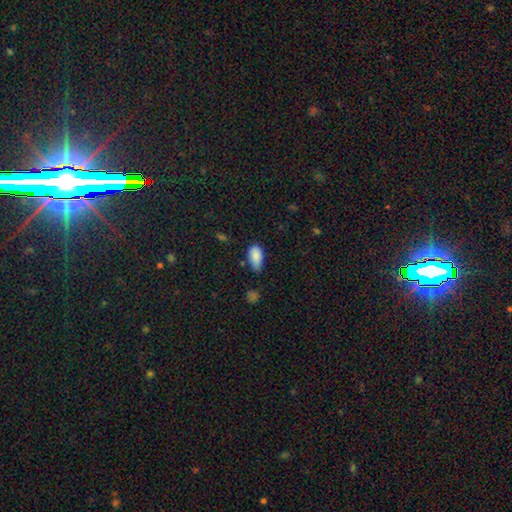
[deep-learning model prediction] smooth 86%, star or artifact 8%, featured or disk 7%. Down the decision tree: how rounded — in between (93%); merging — none (47%).